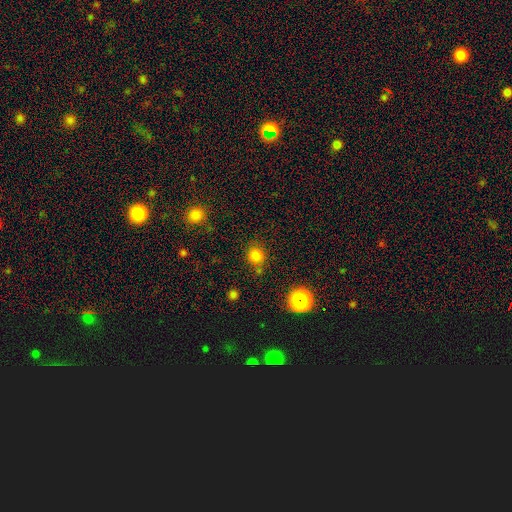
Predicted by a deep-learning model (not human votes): smooth-or-featured: smooth: 80% | star or artifact: 15% | featured or disk: 5%
  how-rounded: round: 84% | in between: 15% | cigar-shaped: 1%
  merging: none: 77% | minor disturbance: 12% | merger: 7% | major disturbance: 4%